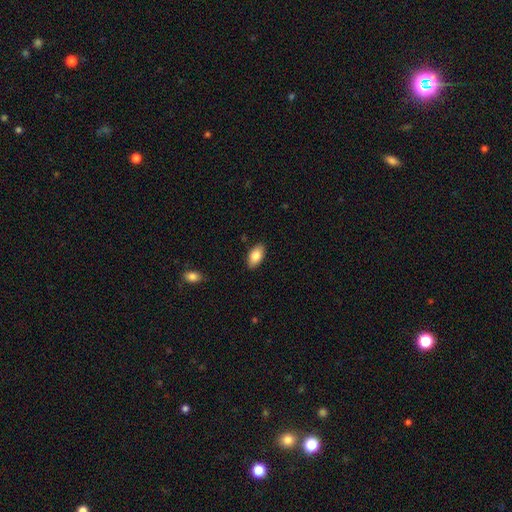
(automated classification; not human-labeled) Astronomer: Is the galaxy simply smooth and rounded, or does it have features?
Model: smooth — 83%.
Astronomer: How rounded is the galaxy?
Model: in between — 94%.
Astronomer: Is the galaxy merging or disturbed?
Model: none — 88%.